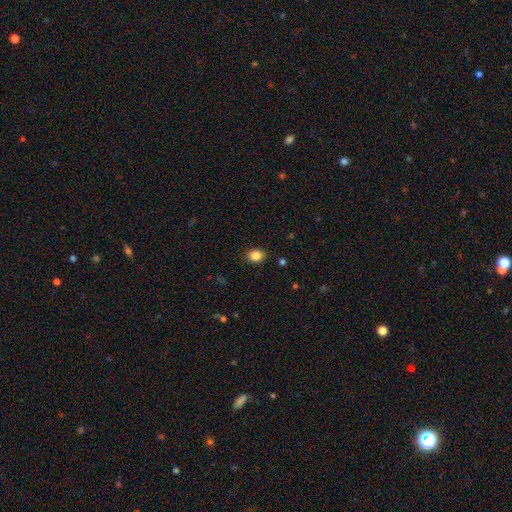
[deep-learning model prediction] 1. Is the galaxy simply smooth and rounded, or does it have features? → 86% smooth, 10% star or artifact, 4% featured or disk.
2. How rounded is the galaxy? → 52% in between, 47% round, 1% cigar-shaped.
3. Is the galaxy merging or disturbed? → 88% none, 8% minor disturbance, 2% major disturbance, 1% merger.